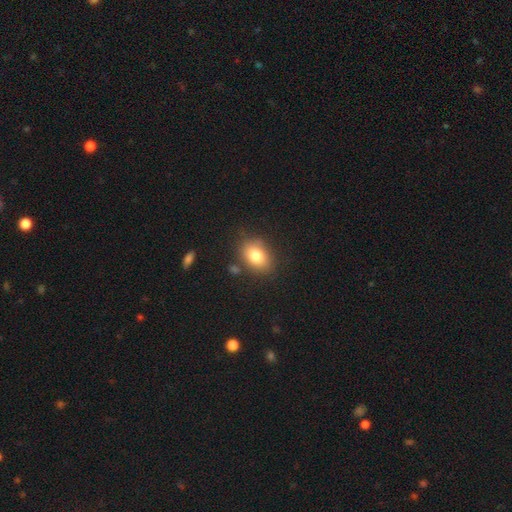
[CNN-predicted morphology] smooth_or_featured: smooth (p=0.79) [alt: featured or disk p=0.11]
how_rounded: in between (p=0.72) [alt: round p=0.27]
merging: none (p=0.78) [alt: minor disturbance p=0.14]